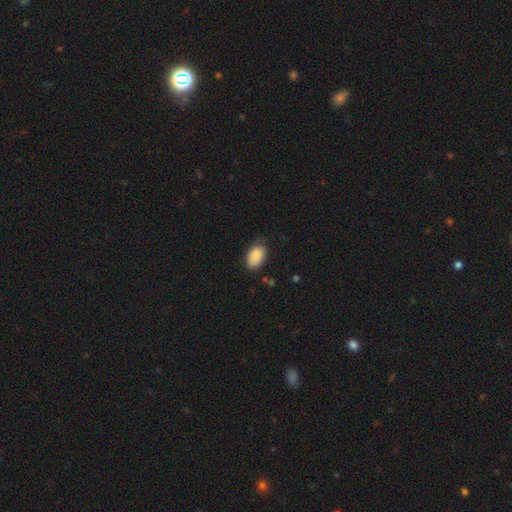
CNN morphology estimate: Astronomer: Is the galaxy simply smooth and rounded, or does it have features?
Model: smooth — 88%.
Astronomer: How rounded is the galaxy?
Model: in between — 92%.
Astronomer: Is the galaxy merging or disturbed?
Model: none — 67%.